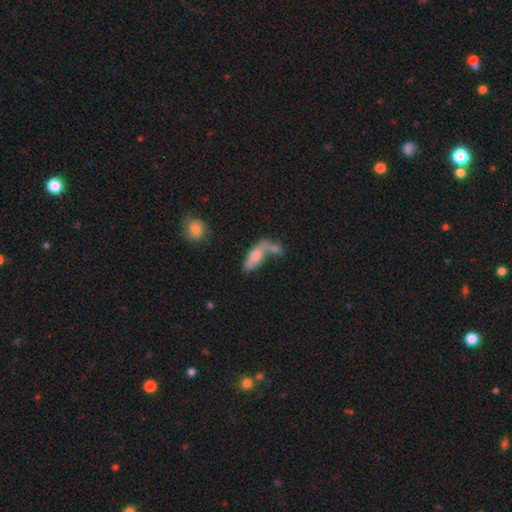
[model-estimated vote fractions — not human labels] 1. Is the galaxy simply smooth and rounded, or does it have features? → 67% smooth, 25% featured or disk, 8% star or artifact.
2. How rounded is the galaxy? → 73% in between, 23% cigar-shaped, 4% round.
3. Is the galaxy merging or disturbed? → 50% merger, 23% none, 14% major disturbance, 12% minor disturbance.